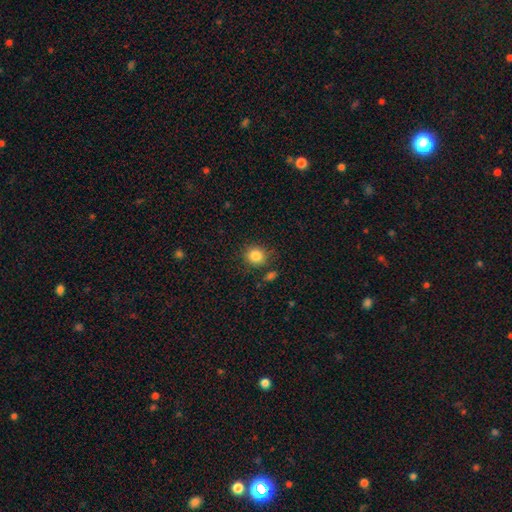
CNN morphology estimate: Smooth or featured? Predicted: smooth (p=0.85). How rounded? Predicted: round (p=0.80). Merging? Predicted: none (p=0.81).